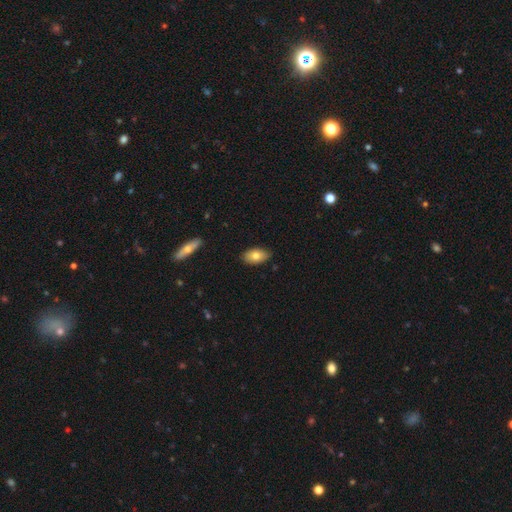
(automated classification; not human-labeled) The model was most divided on "smooth or featured": smooth: 76%, featured or disk: 17%, star or artifact: 7%. More confident: how rounded — in between (92%); merging — none (85%).